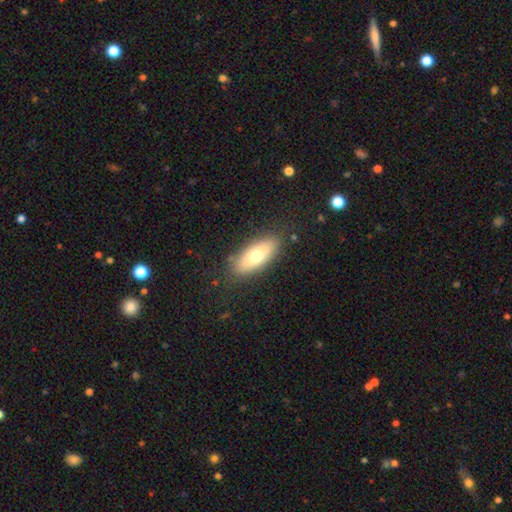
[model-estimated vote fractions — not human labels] Smooth or featured? Predicted: smooth (p=0.68). How rounded? Predicted: in between (p=0.77). Merging? Predicted: none (p=0.84).